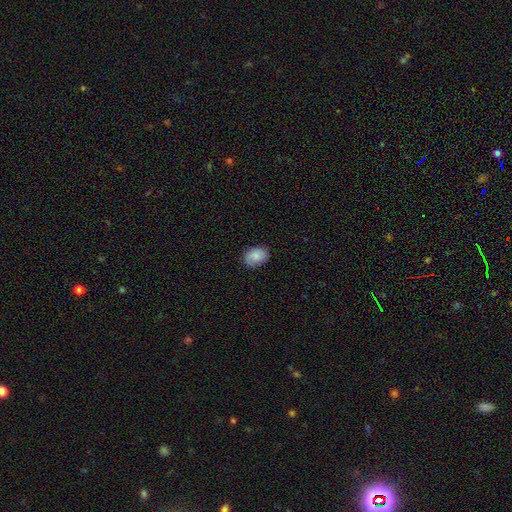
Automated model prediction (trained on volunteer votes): Smooth or featured?
  - smooth: 85% *
  - featured or disk: 8%
  - star or artifact: 7%
How rounded?
  - in between: 70% *
  - round: 29%
  - cigar-shaped: 1%
Merging?
  - none: 82% *
  - minor disturbance: 14%
  - major disturbance: 3%
  - merger: 1%